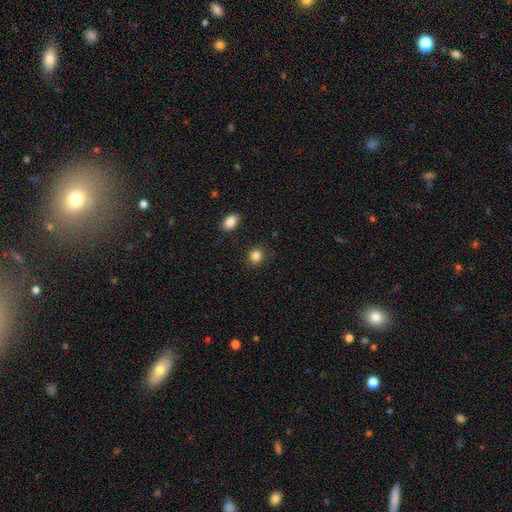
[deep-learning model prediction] A smooth galaxy with no disk features (85%) that is round (80%).

Vote fractions:
- Smooth or featured? smooth: 85% / star or artifact: 11% / featured or disk: 4%
- How rounded? round: 80% / in between: 19% / cigar-shaped: 1%
- Merging? none: 88% / minor disturbance: 7% / major disturbance: 2% / merger: 2%